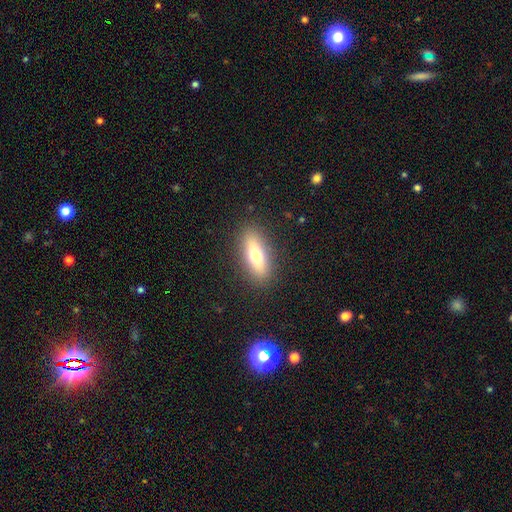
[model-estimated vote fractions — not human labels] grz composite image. It shows a smooth galaxy with no disk features (62%) that is in between round and cigar-shaped (59%). Merging: none (88%).